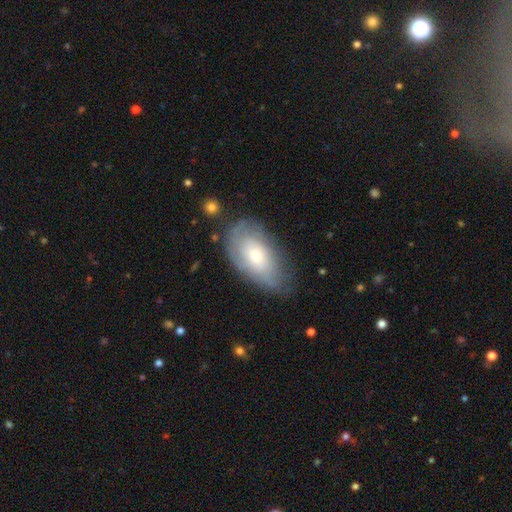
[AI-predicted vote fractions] This appears to be a featured or disk galaxy (54%). Merging: none (68%).